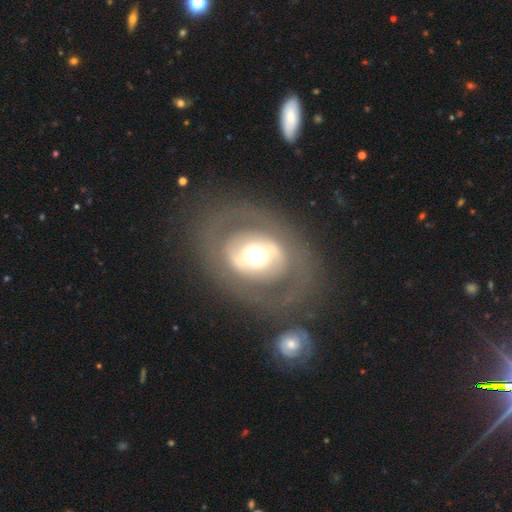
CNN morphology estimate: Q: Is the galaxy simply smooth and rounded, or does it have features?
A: featured or disk — 56%.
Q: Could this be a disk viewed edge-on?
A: no — 92%.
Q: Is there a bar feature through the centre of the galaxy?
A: no — 59%.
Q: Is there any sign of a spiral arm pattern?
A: no — 81%.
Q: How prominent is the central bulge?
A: moderate — 45%.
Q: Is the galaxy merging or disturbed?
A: none — 75%.